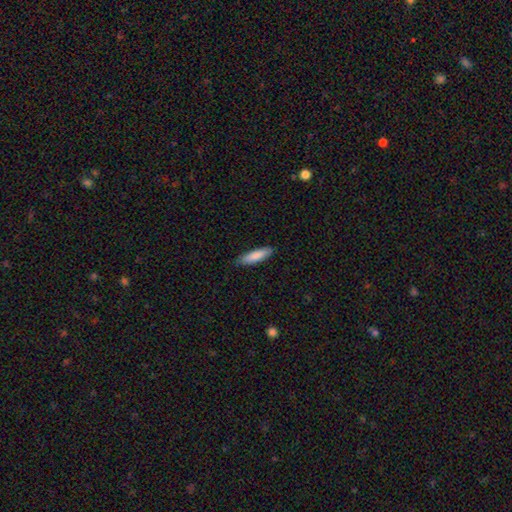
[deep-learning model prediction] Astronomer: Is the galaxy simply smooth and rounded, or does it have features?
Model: smooth — 84%.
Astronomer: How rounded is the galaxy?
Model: cigar-shaped — 69%.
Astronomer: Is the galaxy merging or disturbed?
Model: none — 87%.